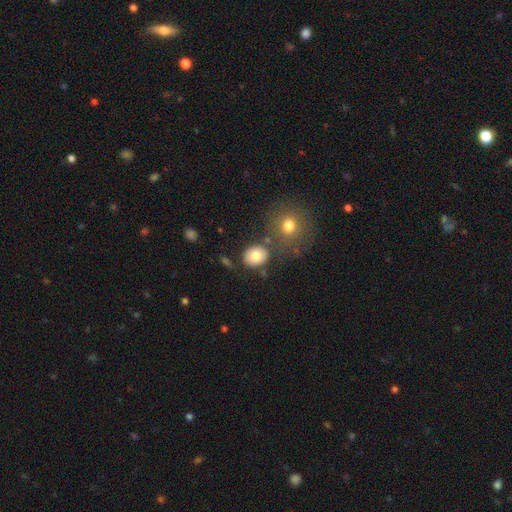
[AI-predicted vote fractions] A smooth galaxy with no disk features (81%) that is round (61%).

Vote fractions:
- Smooth or featured? smooth: 81% / featured or disk: 11% / star or artifact: 9%
- How rounded? round: 61% / in between: 38% / cigar-shaped: 1%
- Merging? none: 76% / minor disturbance: 12% / merger: 8% / major disturbance: 4%